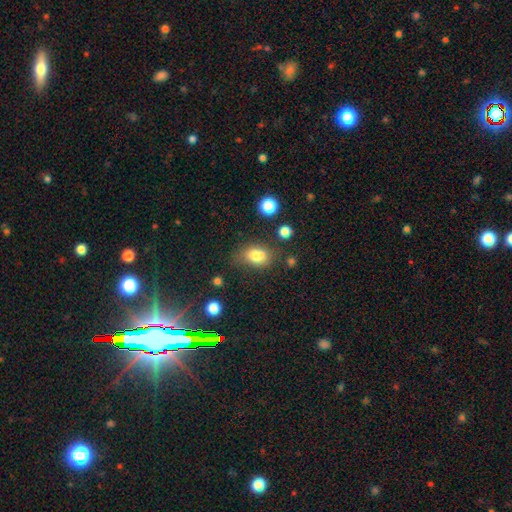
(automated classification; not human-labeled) The model was most divided on "merging": none: 51%, minor disturbance: 24%, merger: 16%, major disturbance: 9%. More confident: smooth or featured — smooth (77%); how rounded — in between (73%).